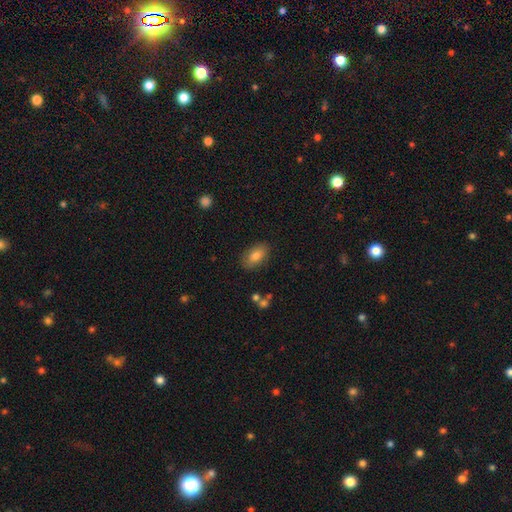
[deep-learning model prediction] Smooth or featured? smooth (82%)
How rounded? in between (92%)
Merging? none (84%)